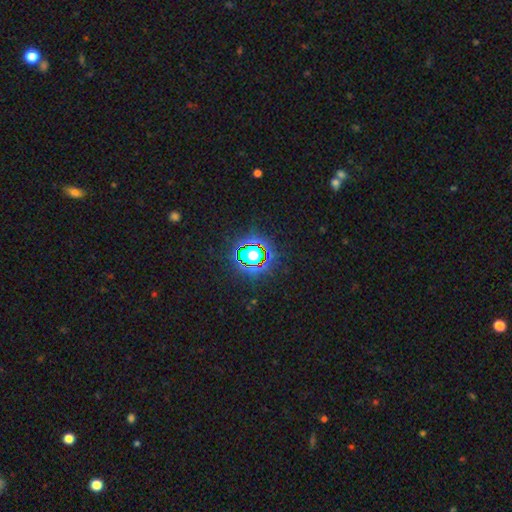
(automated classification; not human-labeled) star or artifact 80%, smooth 12%, featured or disk 8%.